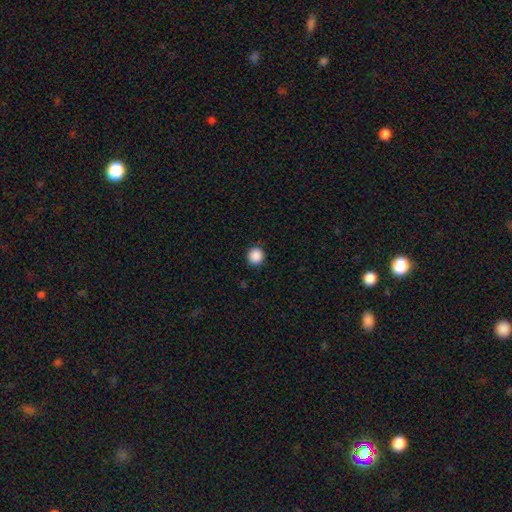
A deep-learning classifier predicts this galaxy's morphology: Q: Smooth or featured?
A: smooth (89%); runner-up: star or artifact (9%)
Q: How rounded?
A: round (93%); runner-up: in between (6%)
Q: Merging?
A: none (92%); runner-up: minor disturbance (6%)